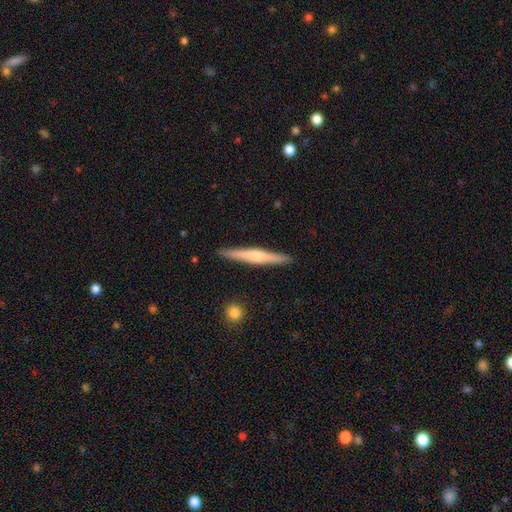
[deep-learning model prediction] This appears to be a featured or disk galaxy (54%) viewed edge-on (97%) with a rounded central bulge (62%). Merging: none (91%).